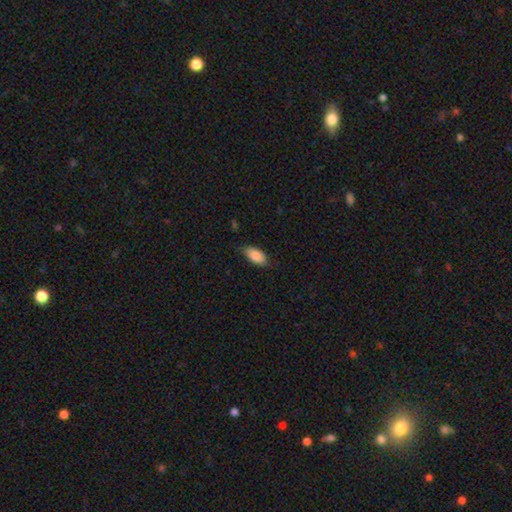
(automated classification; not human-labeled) smooth-or-featured: smooth: 88% | star or artifact: 6% | featured or disk: 6%
  how-rounded: in between: 91% | cigar-shaped: 7% | round: 2%
  merging: none: 76% | minor disturbance: 20% | major disturbance: 3% | merger: 1%